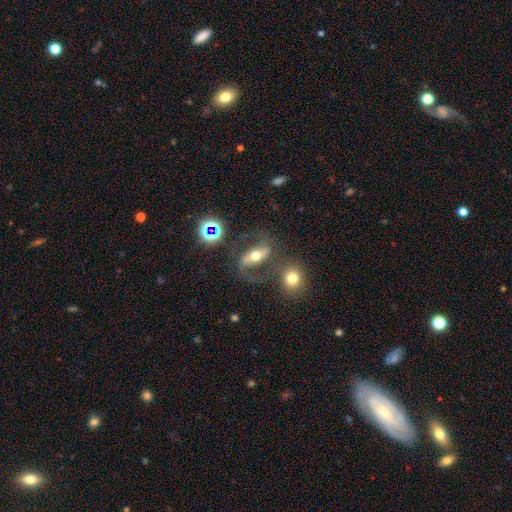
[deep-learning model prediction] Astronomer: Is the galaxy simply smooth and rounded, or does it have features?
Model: featured or disk — 70%.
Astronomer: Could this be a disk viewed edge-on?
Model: no — 89%.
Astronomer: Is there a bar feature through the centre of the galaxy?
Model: strong — 51%.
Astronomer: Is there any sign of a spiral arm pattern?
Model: yes — 82%.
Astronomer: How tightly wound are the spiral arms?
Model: loose — 47% (runner-up: medium, 40%).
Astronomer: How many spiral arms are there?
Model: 2 — 88%.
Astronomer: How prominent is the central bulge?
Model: moderate — 71%.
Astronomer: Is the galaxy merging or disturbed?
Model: none — 61%.